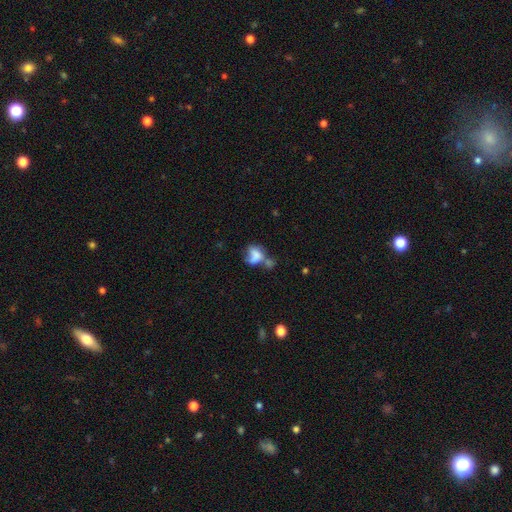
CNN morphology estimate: A smooth galaxy with no disk features (63%) that is in between round and cigar-shaped (72%). Merging: merger (40%).